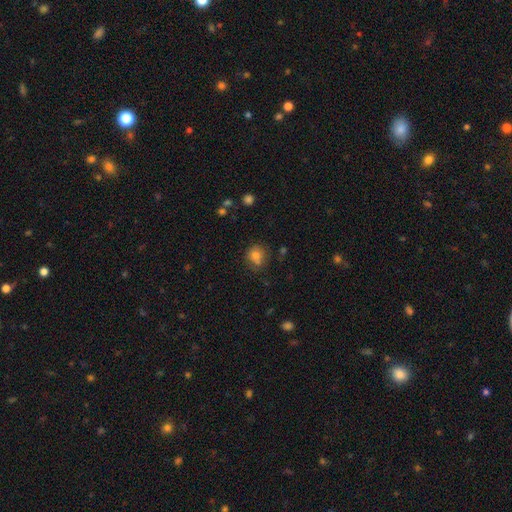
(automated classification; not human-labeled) smooth-or-featured: smooth: 77% | star or artifact: 12% | featured or disk: 11%
  how-rounded: round: 85% | in between: 14% | cigar-shaped: 1%
  merging: none: 65% | merger: 16% | minor disturbance: 15% | major disturbance: 4%